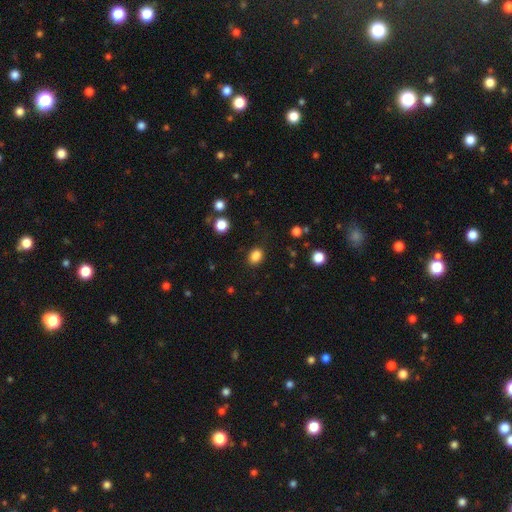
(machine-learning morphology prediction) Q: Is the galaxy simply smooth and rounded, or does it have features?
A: smooth — 85%.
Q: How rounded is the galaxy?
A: in between — 62%.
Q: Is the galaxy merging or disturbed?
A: none — 84%.